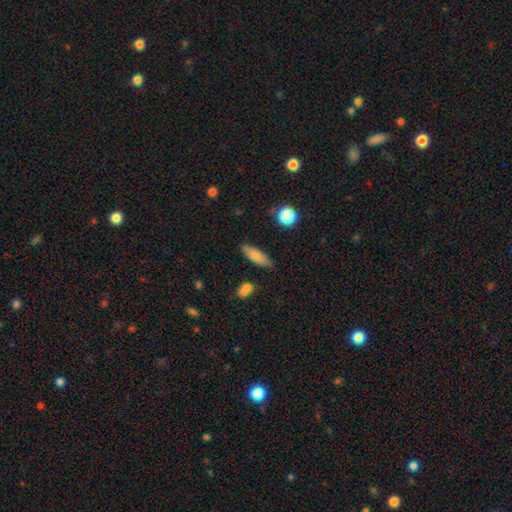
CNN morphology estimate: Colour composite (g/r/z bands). It shows a smooth galaxy with no disk features (77%) that is in between round and cigar-shaped (59%). Merging: none (81%).